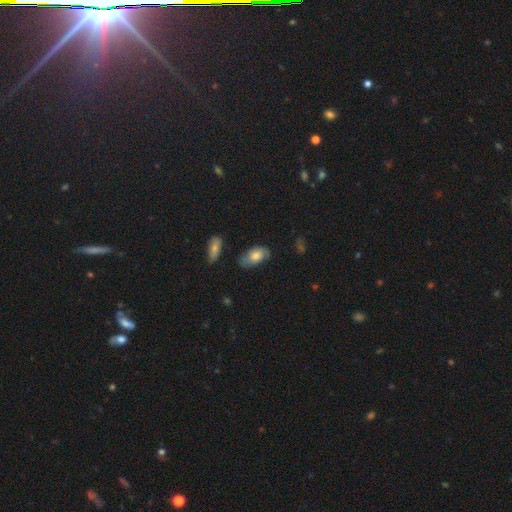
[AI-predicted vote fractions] smooth_or_featured: smooth (p=0.64) [alt: featured or disk p=0.29]
how_rounded: in between (p=0.92) [alt: round p=0.05]
merging: none (p=0.62) [alt: minor disturbance p=0.27]